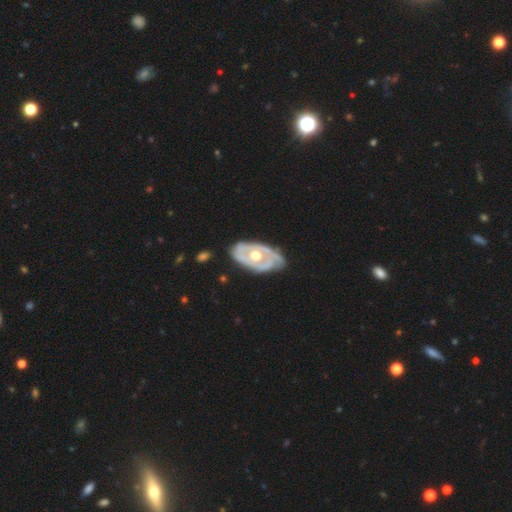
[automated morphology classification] smooth_or_featured: featured or disk (p=0.79) [alt: smooth p=0.17]
disk_edge_on: no (p=0.92) [alt: yes p=0.08]
bar: no (p=0.83) [alt: weak p=0.13]
has_spiral_arms: yes (p=0.59) [alt: no p=0.41]
bulge_size: moderate (p=0.77) [alt: large p=0.14]
merging: none (p=0.67) [alt: minor disturbance p=0.24]